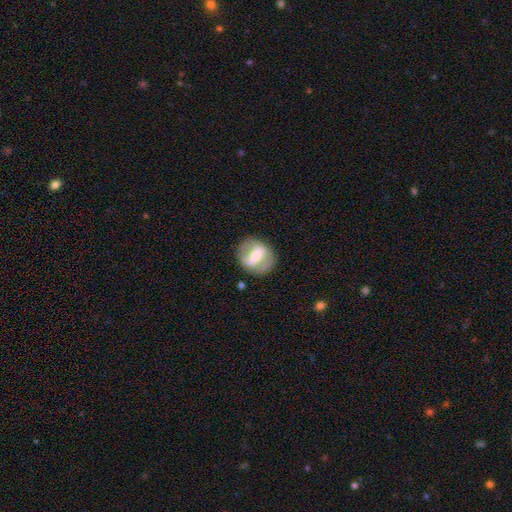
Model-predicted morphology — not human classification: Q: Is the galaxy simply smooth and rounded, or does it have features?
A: featured or disk — 61%.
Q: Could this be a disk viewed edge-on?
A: no — 93%.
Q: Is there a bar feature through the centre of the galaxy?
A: strong — 61%.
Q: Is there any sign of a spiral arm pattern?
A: no — 51%.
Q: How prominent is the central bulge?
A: moderate — 50%.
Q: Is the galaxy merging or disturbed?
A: none — 79%.